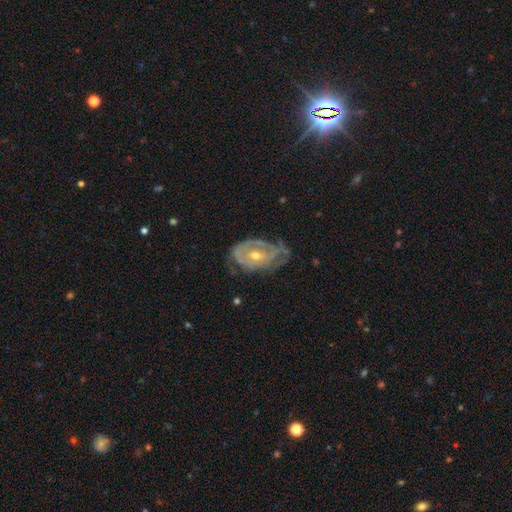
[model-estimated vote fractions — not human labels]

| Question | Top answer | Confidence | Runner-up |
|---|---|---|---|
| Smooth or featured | featured or disk | 80% | smooth (14%) |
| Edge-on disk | no | 95% | yes (5%) |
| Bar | no | 65% | weak (28%) |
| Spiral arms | yes | 80% | no (20%) |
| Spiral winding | tight | 61% | medium (28%) |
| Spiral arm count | can't tell | 44% | 2 (30%) |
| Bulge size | moderate | 49% | small (48%) |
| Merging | none | 50% | minor disturbance (30%) |